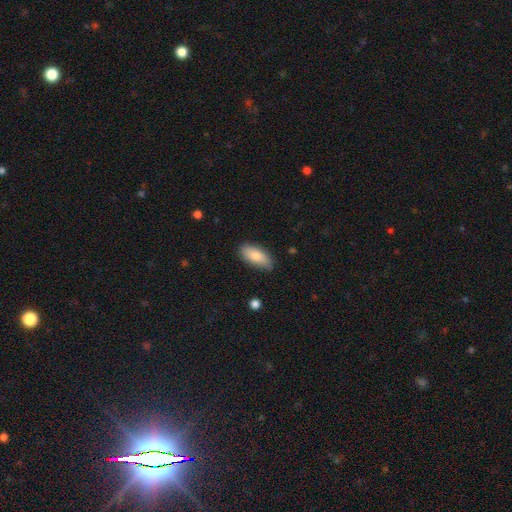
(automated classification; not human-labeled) A smooth galaxy with no disk features (83%) that is in between round and cigar-shaped (87%). Merging: none (80%).